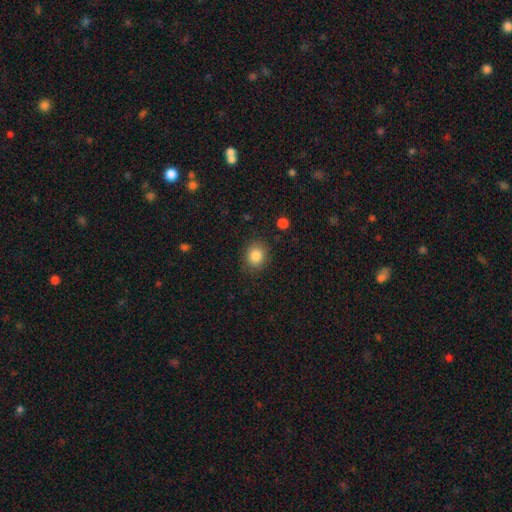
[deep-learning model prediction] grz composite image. It shows a smooth galaxy with no disk features (85%) that is round (73%). Merging: none (86%).